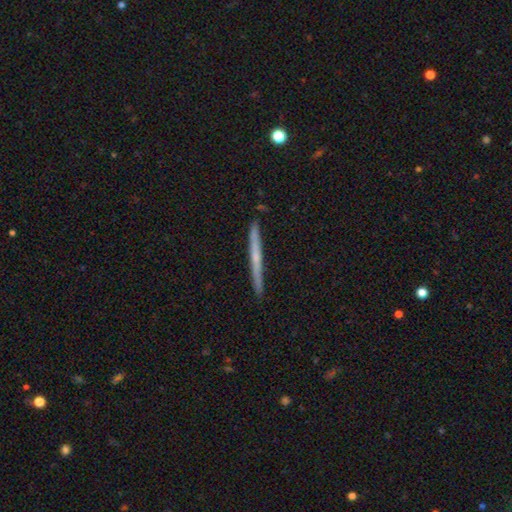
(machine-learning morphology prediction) Q: Smooth or featured?
A: featured or disk (58%); runner-up: smooth (36%)
Q: Edge-on disk?
A: yes (98%); runner-up: no (2%)
Q: Edge-on bulge?
A: none (62%); runner-up: rounded (33%)
Q: Merging?
A: none (91%); runner-up: minor disturbance (6%)